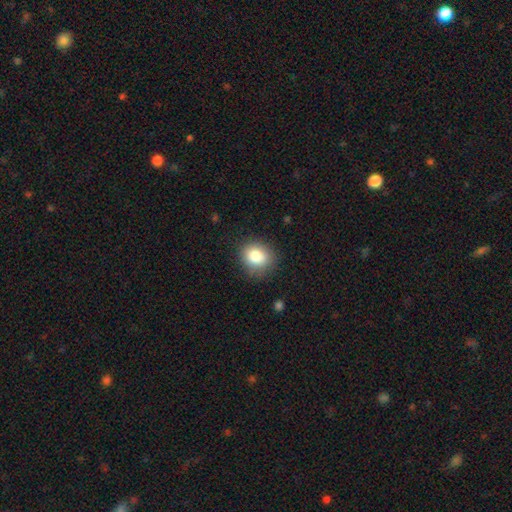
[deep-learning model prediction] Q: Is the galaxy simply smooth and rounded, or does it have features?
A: smooth — 84%.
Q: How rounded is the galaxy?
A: round — 65%.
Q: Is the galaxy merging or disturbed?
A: none — 82%.